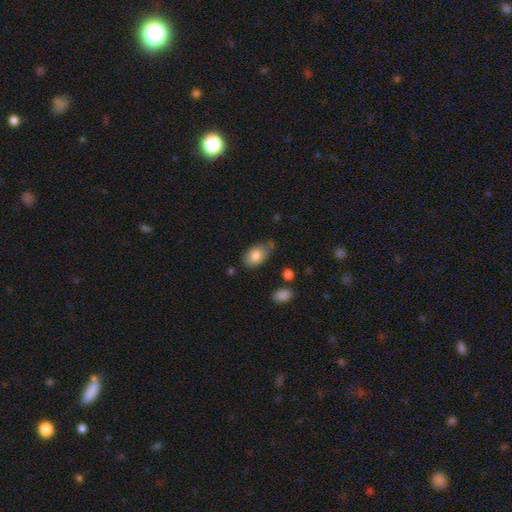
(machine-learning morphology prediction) This appears to be a smooth galaxy with no disk features (80%) that is in between round and cigar-shaped (88%). Merging: none (49%).